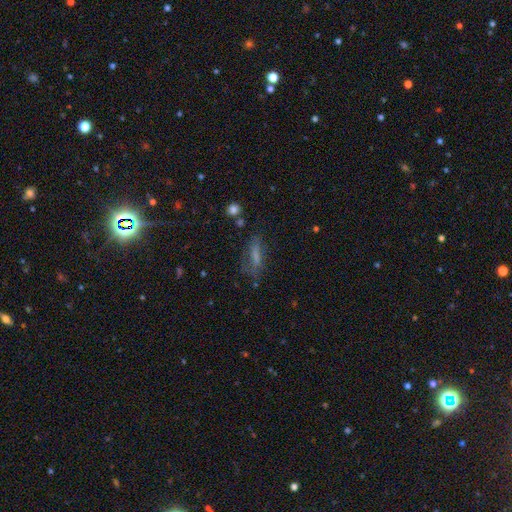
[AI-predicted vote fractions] Smooth or featured? smooth (56%)
How rounded? cigar-shaped (55%)
Merging? none (56%)